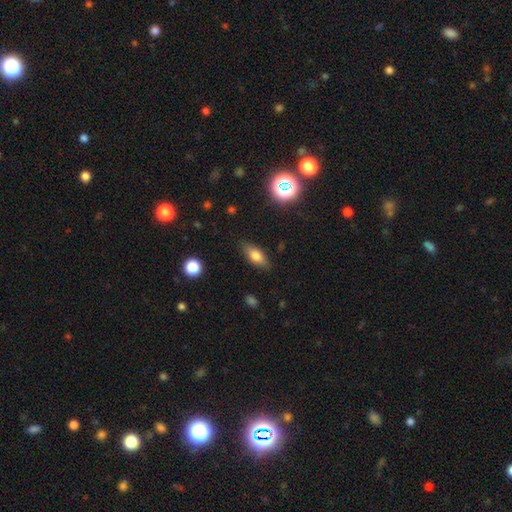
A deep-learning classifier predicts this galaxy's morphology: Smooth or featured: smooth — 72% (featured or disk — 17%)
How rounded: in between — 80% (cigar-shaped — 15%)
Merging: none — 85% (minor disturbance — 11%)